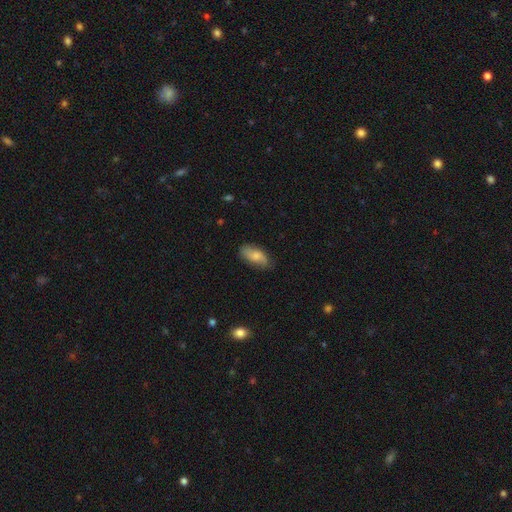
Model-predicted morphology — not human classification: smooth 68%, featured or disk 25%, star or artifact 7%. Down the decision tree: how rounded — in between (88%); merging — none (75%).